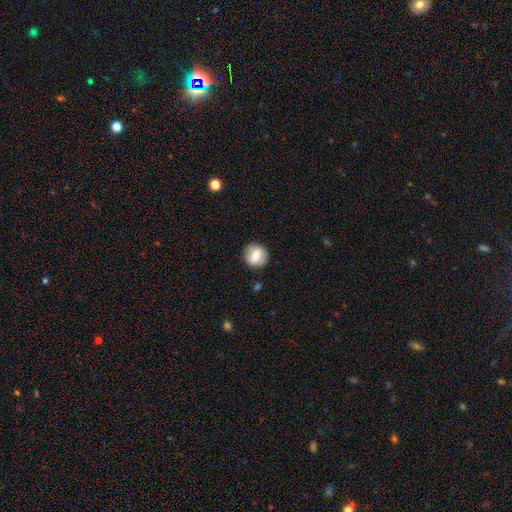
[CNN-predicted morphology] smooth 67%, featured or disk 25%, star or artifact 8%. Down the decision tree: how rounded — round (87%); merging — none (87%).